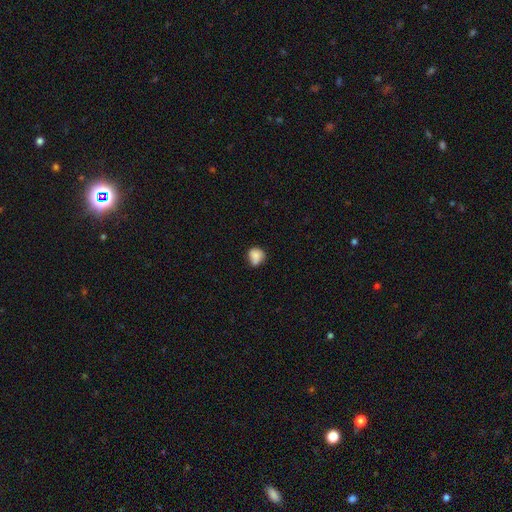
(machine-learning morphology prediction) This appears to be a smooth galaxy with no disk features (79%) that is round (77%). Merging: none (52%).